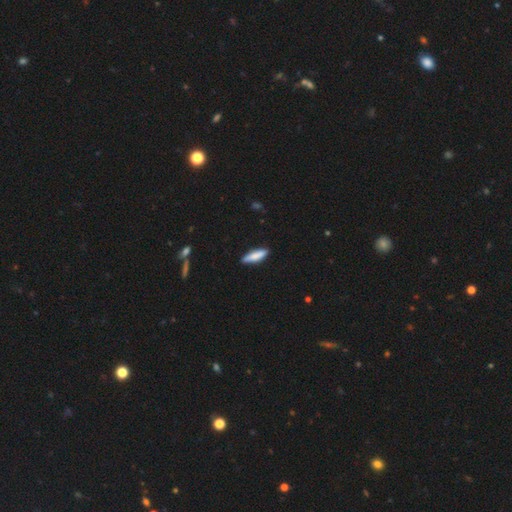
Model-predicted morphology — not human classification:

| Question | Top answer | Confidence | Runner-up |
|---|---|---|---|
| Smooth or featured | smooth | 79% | featured or disk (15%) |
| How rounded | cigar-shaped | 72% | in between (26%) |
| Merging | none | 86% | minor disturbance (11%) |